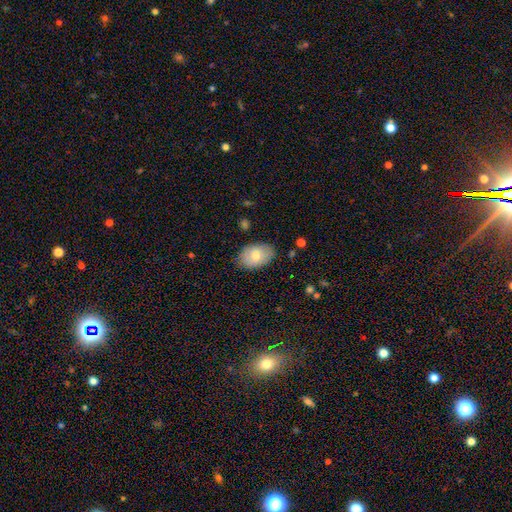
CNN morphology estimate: Overall: smooth (74%). How rounded: in between (89%). Merging: none (83%).